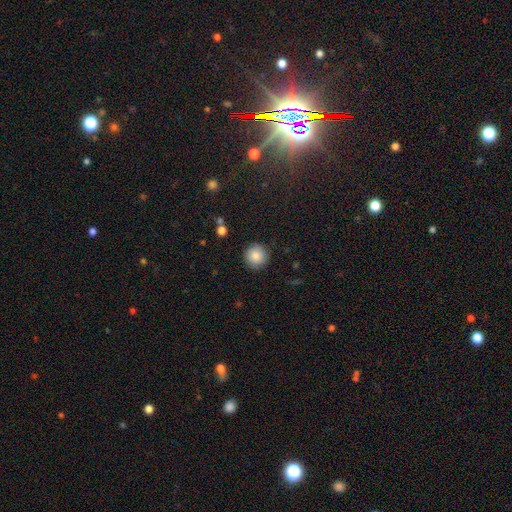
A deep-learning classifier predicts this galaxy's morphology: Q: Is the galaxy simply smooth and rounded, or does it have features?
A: smooth — 86%.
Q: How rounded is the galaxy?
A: round — 95%.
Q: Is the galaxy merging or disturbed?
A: none — 90%.